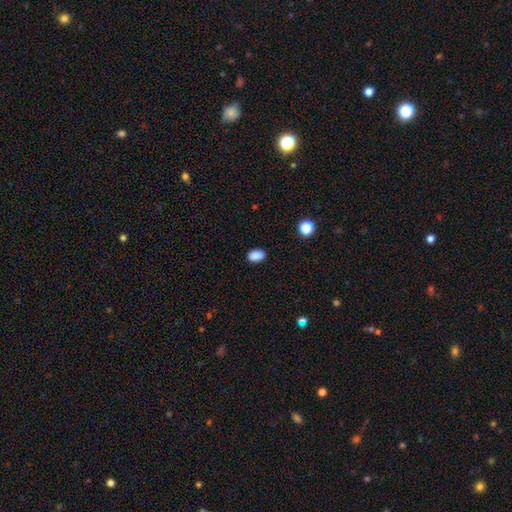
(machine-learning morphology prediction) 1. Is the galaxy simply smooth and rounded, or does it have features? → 87% smooth, 10% star or artifact, 3% featured or disk.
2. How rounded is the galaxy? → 87% in between, 12% round, 2% cigar-shaped.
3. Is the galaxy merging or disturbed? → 85% none, 11% minor disturbance, 2% major disturbance, 1% merger.